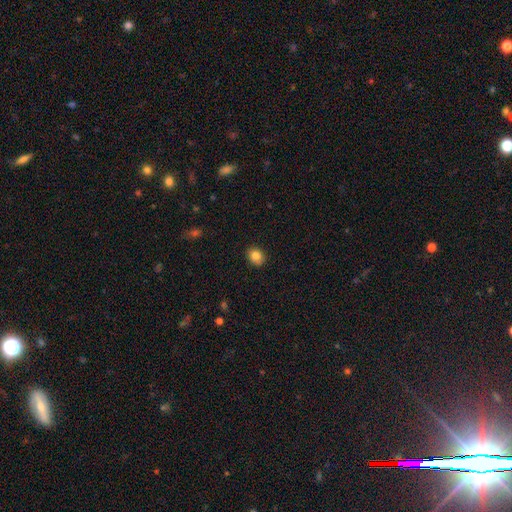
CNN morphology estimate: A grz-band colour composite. It shows a smooth galaxy with no disk features (85%) that is round (64%). Merging: none (87%).